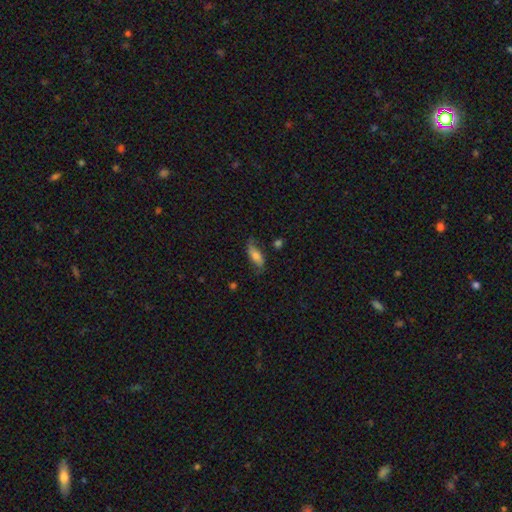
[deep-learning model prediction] Smooth or featured? smooth (64%)
How rounded? in between (73%)
Merging? none (64%)